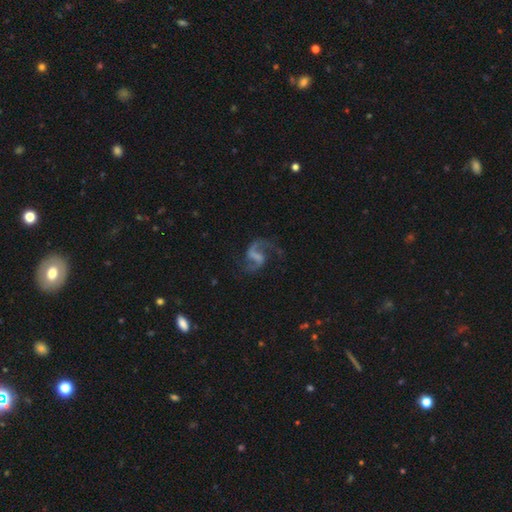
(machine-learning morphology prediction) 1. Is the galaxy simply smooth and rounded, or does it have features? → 88% featured or disk, 6% star or artifact, 6% smooth.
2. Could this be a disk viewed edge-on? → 98% no, 2% yes.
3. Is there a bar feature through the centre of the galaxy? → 48% weak, 32% strong, 21% no.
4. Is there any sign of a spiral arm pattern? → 96% yes, 4% no.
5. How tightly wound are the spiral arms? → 60% loose, 35% medium, 5% tight.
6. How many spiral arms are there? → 92% 2, 3% 1, 2% can't tell, 1% 3, 1% 4, 1% more than 4.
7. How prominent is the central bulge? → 63% none, 17% small, 13% moderate, 6% large, 1% dominant.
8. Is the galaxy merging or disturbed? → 72% none, 14% minor disturbance, 12% major disturbance, 2% merger.